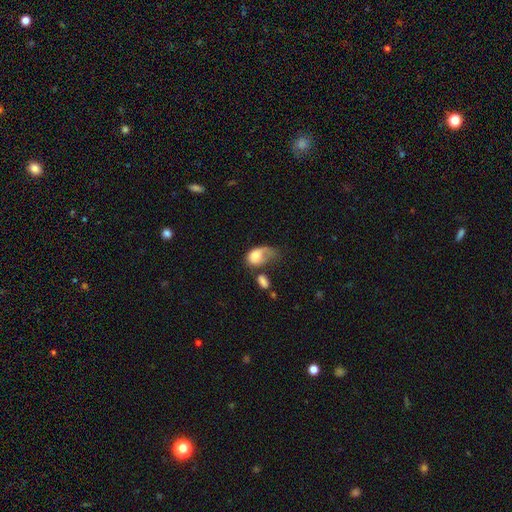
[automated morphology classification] Smooth or featured?
  - smooth: 68% *
  - featured or disk: 25%
  - star or artifact: 7%
How rounded?
  - in between: 79% *
  - round: 19%
  - cigar-shaped: 2%
Merging?
  - major disturbance: 47% *
  - merger: 20%
  - minor disturbance: 19%
  - none: 14%